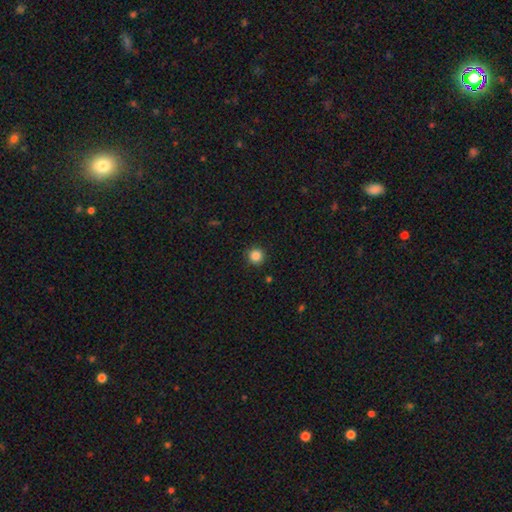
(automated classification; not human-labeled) This appears to be a smooth galaxy with no disk features (86%) that is round (96%). Merging: none (92%).